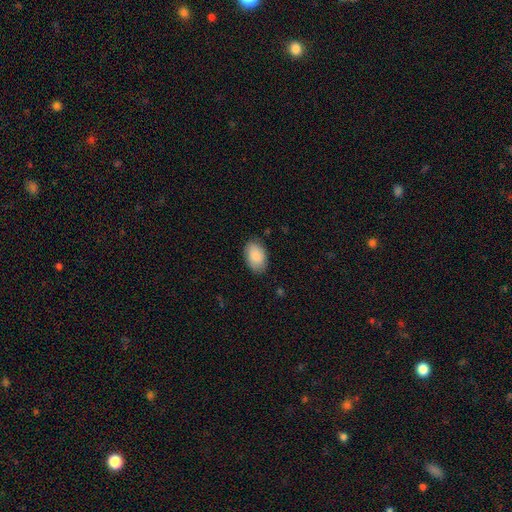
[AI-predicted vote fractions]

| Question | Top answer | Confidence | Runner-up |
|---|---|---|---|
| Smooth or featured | smooth | 87% | featured or disk (7%) |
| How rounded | in between | 91% | round (8%) |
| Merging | none | 82% | minor disturbance (14%) |